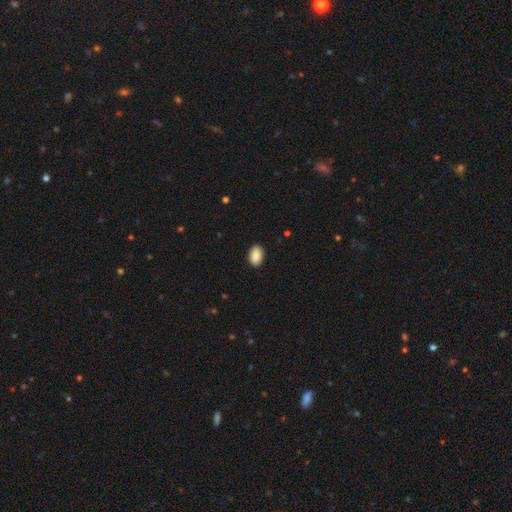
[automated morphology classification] This appears to be a smooth galaxy with no disk features (90%) that is in between round and cigar-shaped (91%). Merging: none (89%).